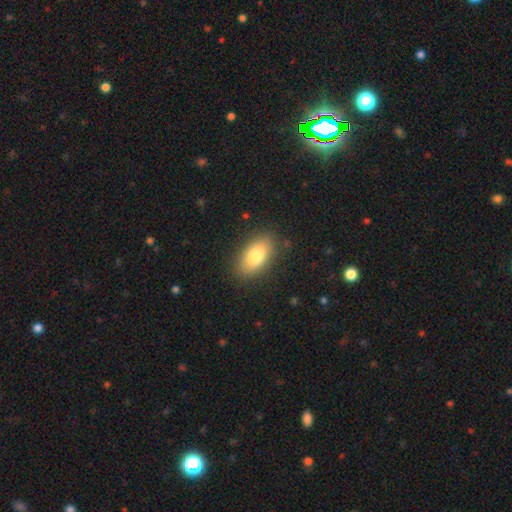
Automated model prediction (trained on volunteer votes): smooth 80%, featured or disk 13%, star or artifact 7%. Down the decision tree: how rounded — in between (90%); merging — none (86%).